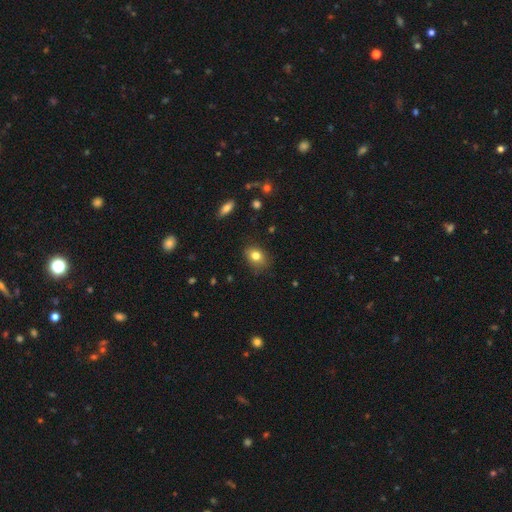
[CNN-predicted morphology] smooth-or-featured: smooth: 79% | star or artifact: 11% | featured or disk: 10%
  how-rounded: in between: 61% | round: 38% | cigar-shaped: 1%
  merging: none: 76% | minor disturbance: 19% | major disturbance: 4% | merger: 1%